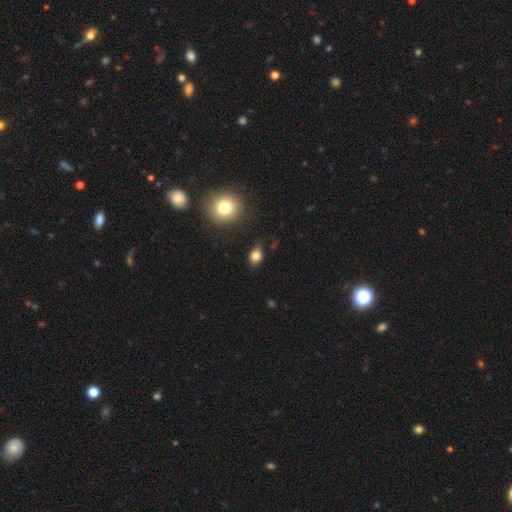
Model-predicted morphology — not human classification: The model was most divided on "how rounded": in between: 73%, round: 25%, cigar-shaped: 2%. More confident: smooth or featured — smooth (80%); merging — none (74%).